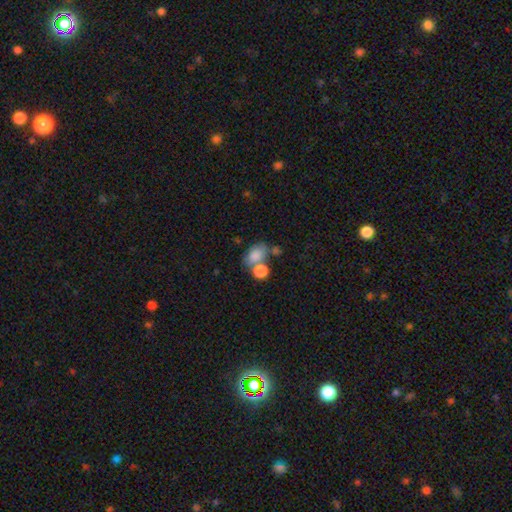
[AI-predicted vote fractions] Smooth or featured? Predicted: smooth (p=0.80). How rounded? Predicted: in between (p=0.79). Merging? Predicted: none (p=0.41).